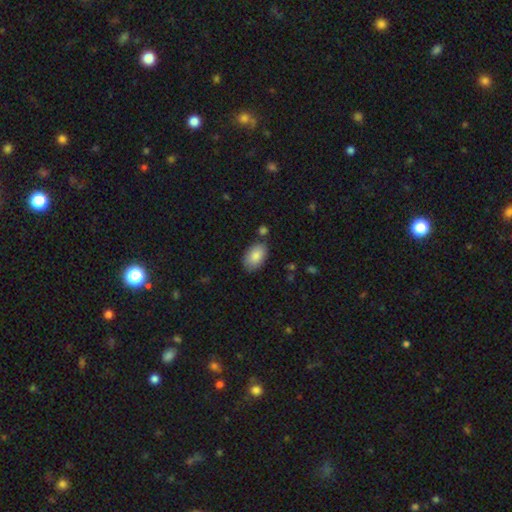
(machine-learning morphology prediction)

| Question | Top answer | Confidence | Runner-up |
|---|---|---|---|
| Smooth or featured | smooth | 86% | featured or disk (8%) |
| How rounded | in between | 93% | round (6%) |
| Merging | none | 79% | minor disturbance (13%) |